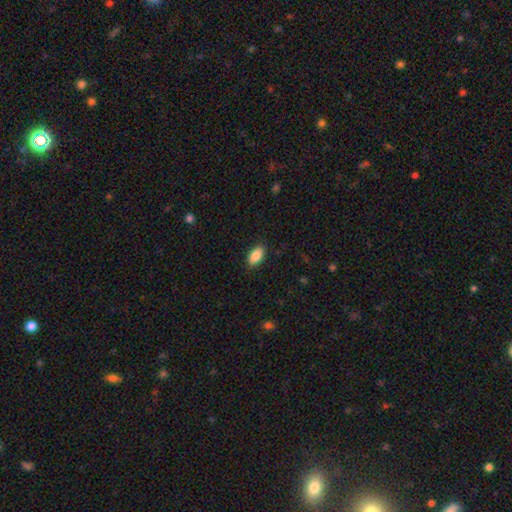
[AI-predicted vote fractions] A smooth galaxy with no disk features (87%) that is in between round and cigar-shaped (91%).

Vote fractions:
- Smooth or featured? smooth: 87% / star or artifact: 7% / featured or disk: 5%
- How rounded? in between: 91% / cigar-shaped: 6% / round: 3%
- Merging? none: 86% / minor disturbance: 10% / major disturbance: 2% / merger: 1%